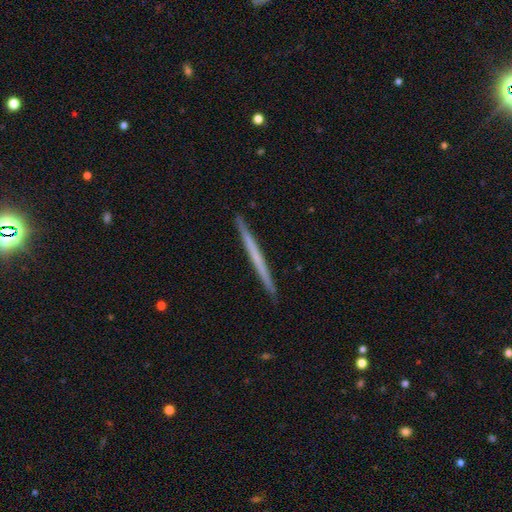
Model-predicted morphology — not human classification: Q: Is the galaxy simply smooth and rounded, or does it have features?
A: featured or disk — 48%.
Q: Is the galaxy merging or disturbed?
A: none — 93%.